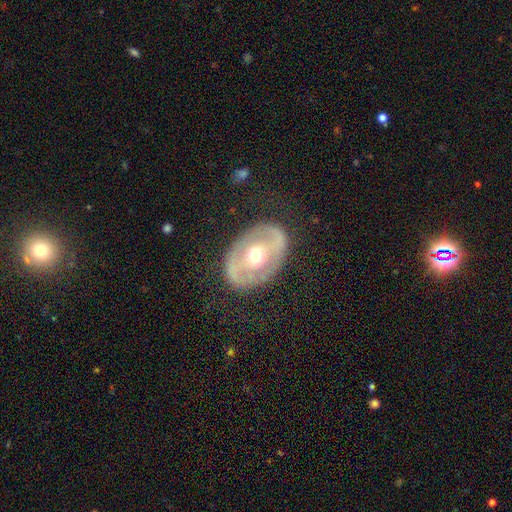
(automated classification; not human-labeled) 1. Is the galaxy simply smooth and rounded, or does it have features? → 68% featured or disk, 26% smooth, 6% star or artifact.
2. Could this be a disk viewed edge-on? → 93% no, 7% yes.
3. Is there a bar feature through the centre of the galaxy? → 49% no, 28% weak, 23% strong.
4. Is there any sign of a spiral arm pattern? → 66% no, 34% yes.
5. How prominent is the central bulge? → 76% moderate, 12% small, 9% large, 1% dominant, 1% none.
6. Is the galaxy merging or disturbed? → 78% none, 13% minor disturbance, 7% major disturbance, 1% merger.